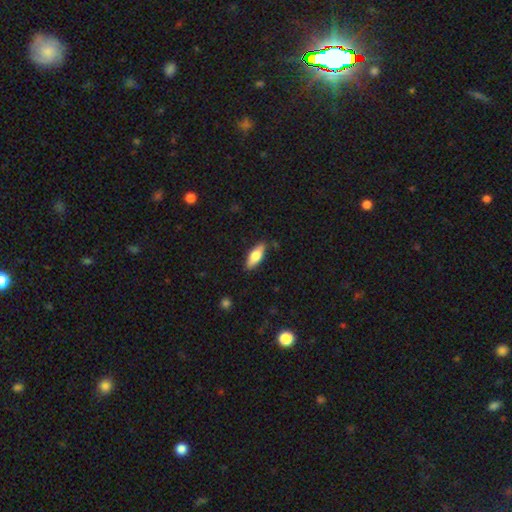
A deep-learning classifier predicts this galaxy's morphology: Smooth or featured: smooth — 68% (featured or disk — 26%)
How rounded: in between — 68% (cigar-shaped — 30%)
Merging: none — 86% (minor disturbance — 11%)